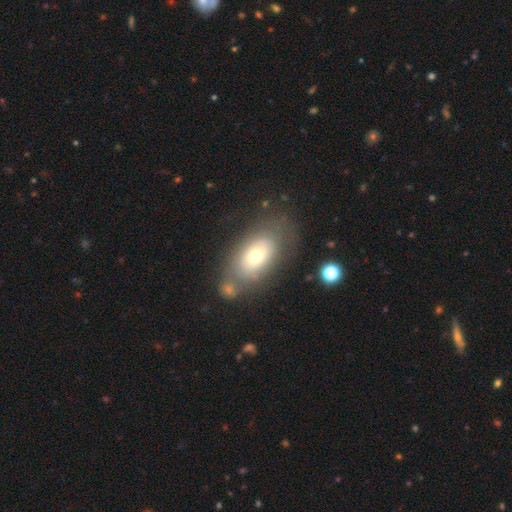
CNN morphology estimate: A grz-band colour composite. It shows a smooth galaxy with no disk features (56%) that is in between round and cigar-shaped (88%). Merging: none (58%).